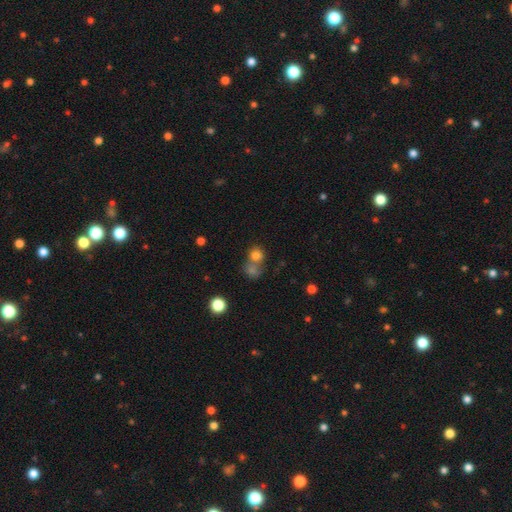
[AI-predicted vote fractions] Overall: smooth (77%). How rounded: round (79%). Merging: merger (49%; none 40%).